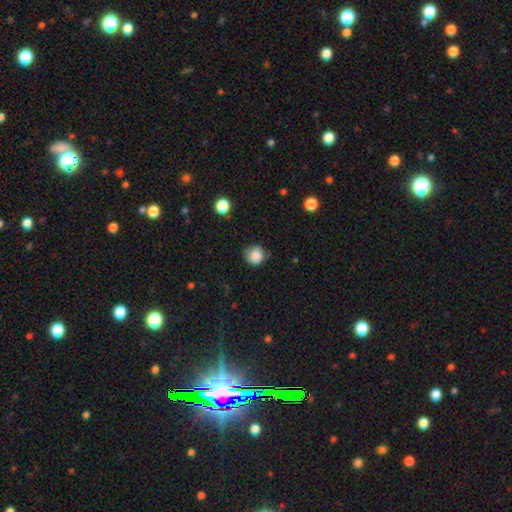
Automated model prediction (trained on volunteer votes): Smooth or featured? Predicted: smooth (p=0.84). How rounded? Predicted: round (p=0.88). Merging? Predicted: none (p=0.65).